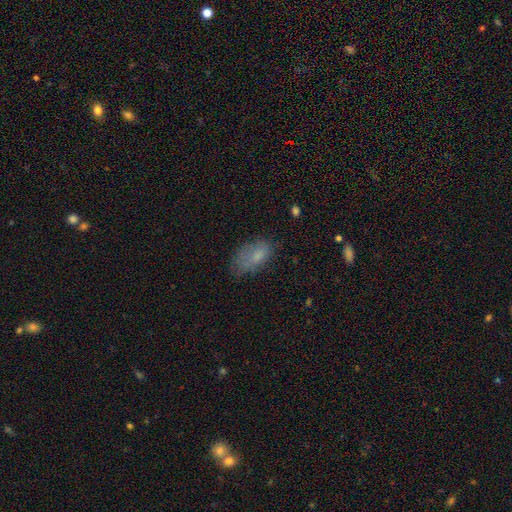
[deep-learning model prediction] Overall: smooth (76%). How rounded: in between (90%). Merging: none (53%; minor disturbance 31%).